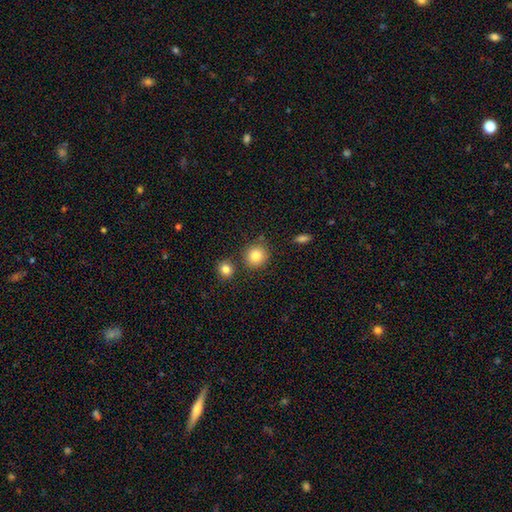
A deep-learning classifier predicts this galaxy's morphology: A smooth galaxy with no disk features (84%) that is round (90%). Merging: none (81%).